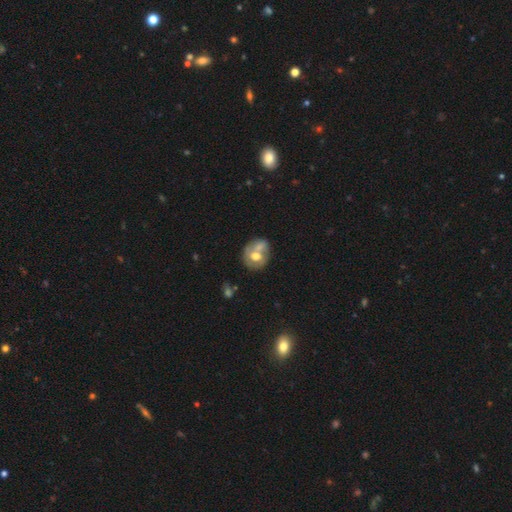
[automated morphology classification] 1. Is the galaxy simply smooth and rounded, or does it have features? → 52% smooth, 41% featured or disk, 8% star or artifact.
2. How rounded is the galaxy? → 67% round, 32% in between, 1% cigar-shaped.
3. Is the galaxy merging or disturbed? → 40% merger, 36% none, 16% minor disturbance, 8% major disturbance.